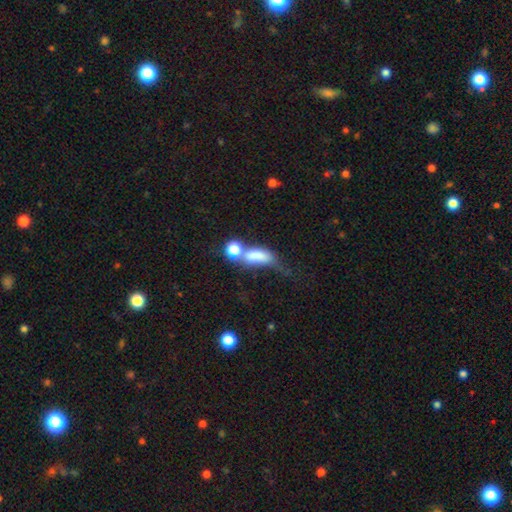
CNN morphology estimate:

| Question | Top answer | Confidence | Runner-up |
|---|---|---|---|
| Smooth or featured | smooth | 68% | featured or disk (20%) |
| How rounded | in between | 71% | round (15%) |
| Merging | merger | 51% | major disturbance (21%) |